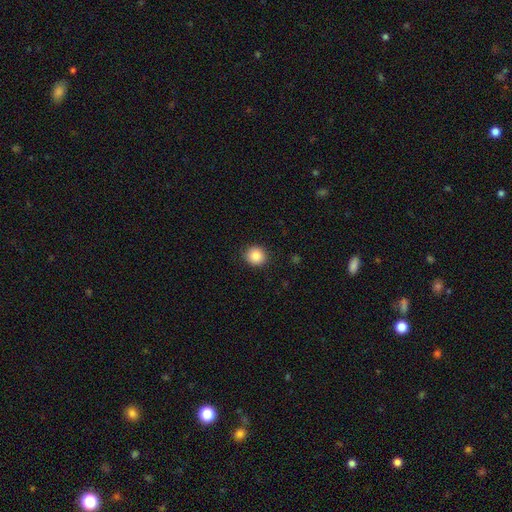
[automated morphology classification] Smooth or featured: smooth — 86% (star or artifact — 9%)
How rounded: round — 90% (in between — 9%)
Merging: none — 90% (minor disturbance — 7%)